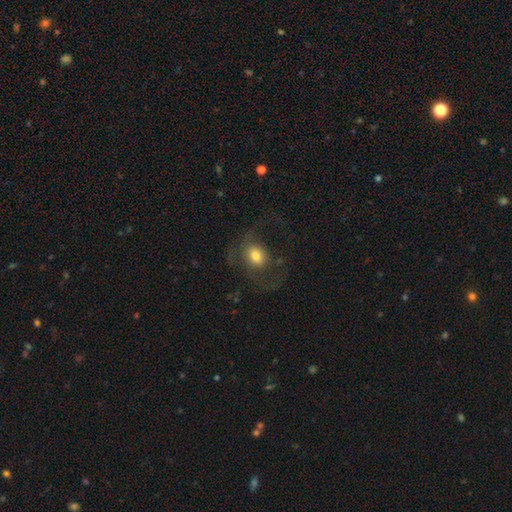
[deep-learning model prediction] The model was most divided on "how rounded": round: 51%, in between: 48%, cigar-shaped: 1%. Remaining: smooth or featured — smooth (57%); merging — none (43%).